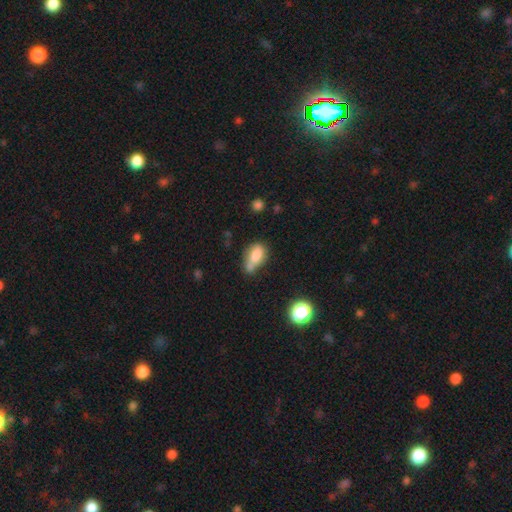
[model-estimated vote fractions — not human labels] Overall: smooth (76%). How rounded: in between (85%). Merging: none (33%; merger 30%).